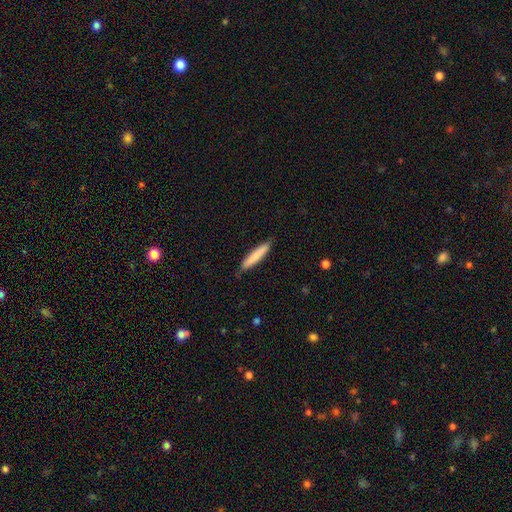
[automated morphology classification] Q: Smooth or featured?
A: smooth (79%); runner-up: featured or disk (16%)
Q: How rounded?
A: cigar-shaped (91%); runner-up: in between (8%)
Q: Merging?
A: none (85%); runner-up: minor disturbance (12%)